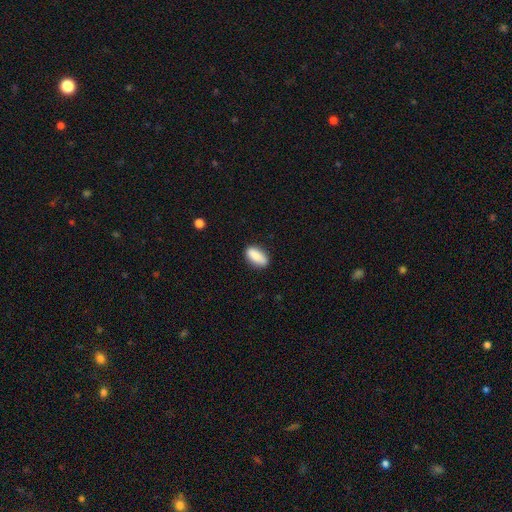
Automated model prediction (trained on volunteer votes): Q: Smooth or featured?
A: smooth (87%); runner-up: star or artifact (7%)
Q: How rounded?
A: in between (86%); runner-up: cigar-shaped (11%)
Q: Merging?
A: none (83%); runner-up: minor disturbance (13%)